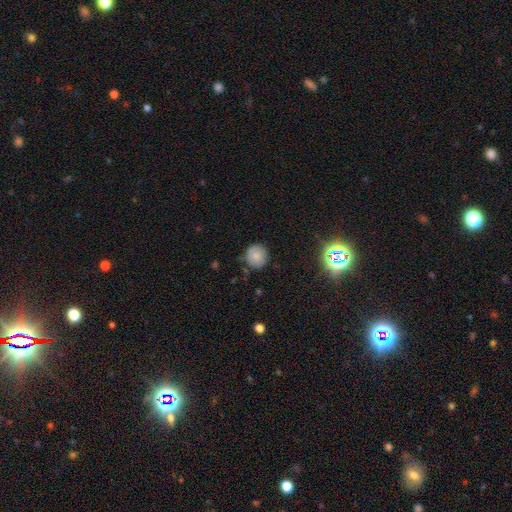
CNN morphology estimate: smooth 78%, star or artifact 11%, featured or disk 11%. Down the decision tree: how rounded — round (92%); merging — none (83%).